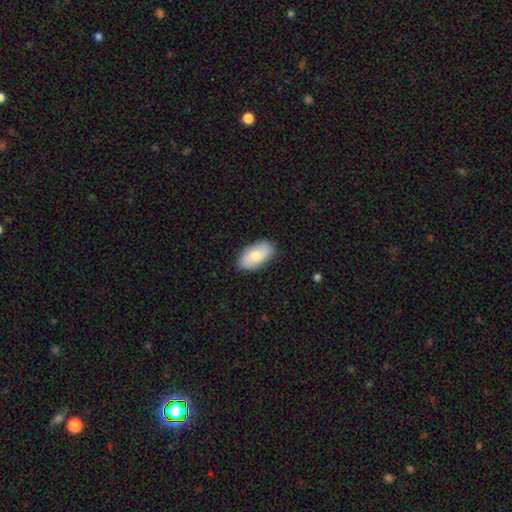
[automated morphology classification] Smooth or featured? smooth (75%)
How rounded? in between (94%)
Merging? none (85%)